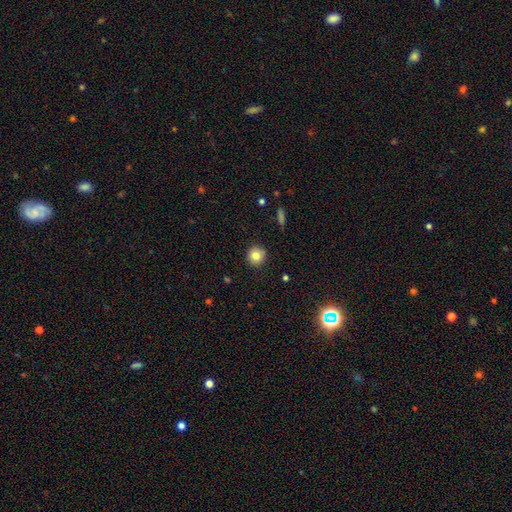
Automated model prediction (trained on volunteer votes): This appears to be a smooth galaxy with no disk features (81%) that is round (92%). Merging: none (90%).